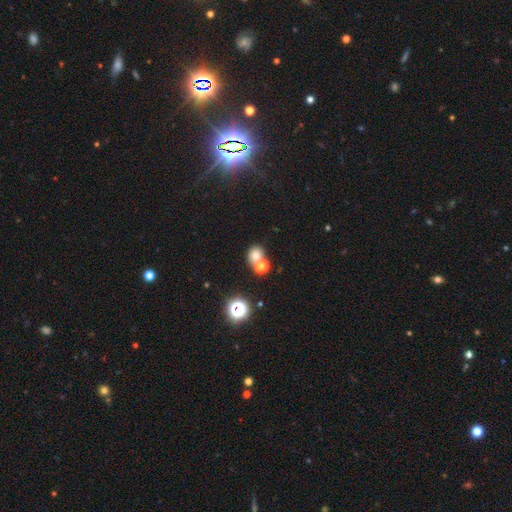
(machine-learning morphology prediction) smooth_or_featured: smooth (p=0.72) [alt: star or artifact p=0.18]
how_rounded: round (p=0.74) [alt: in between p=0.25]
merging: none (p=0.48) [alt: merger p=0.41]